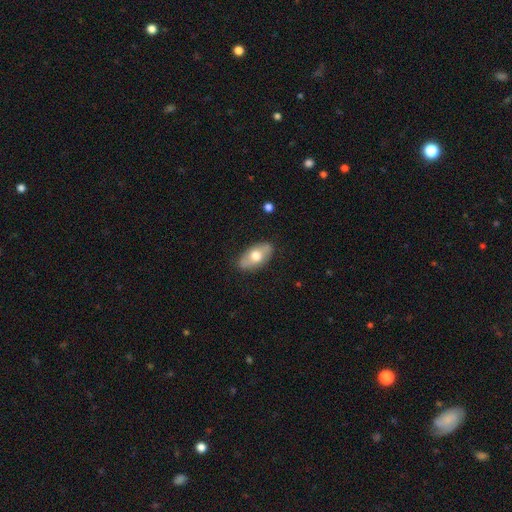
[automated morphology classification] smooth 62%, featured or disk 32%, star or artifact 6%. Down the decision tree: how rounded — in between (92%); merging — none (83%).